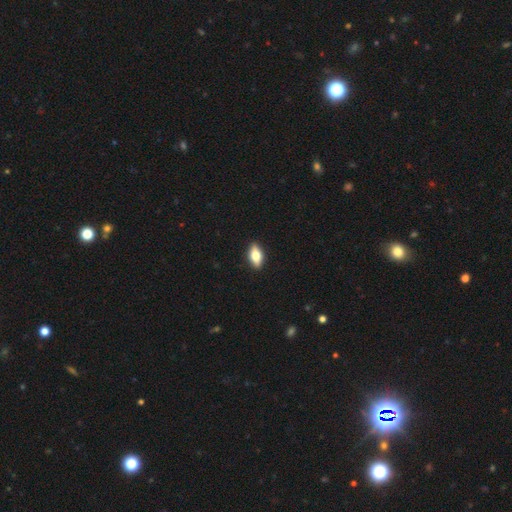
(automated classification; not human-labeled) The model was most divided on "smooth or featured": smooth: 62%, featured or disk: 31%, star or artifact: 7%. More confident: merging — none (89%); how rounded — in between (82%).